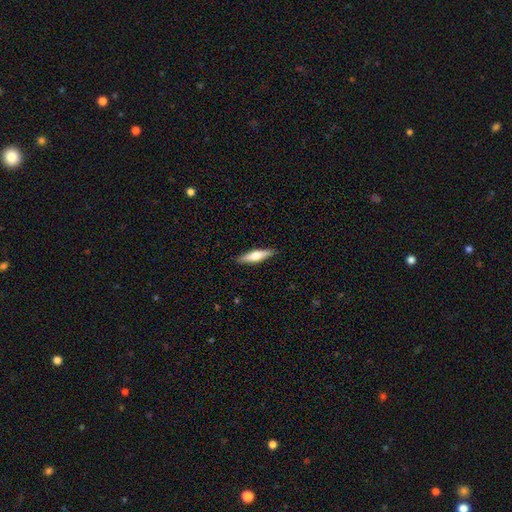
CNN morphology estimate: Smooth or featured? Predicted: smooth (p=0.53). How rounded? Predicted: cigar-shaped (p=0.74). Merging? Predicted: none (p=0.90).